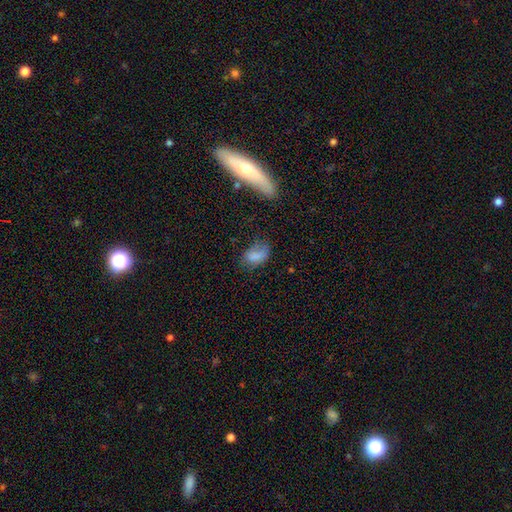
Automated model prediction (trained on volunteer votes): Smooth or featured? Predicted: smooth (p=0.78). How rounded? Predicted: in between (p=0.88). Merging? Predicted: none (p=0.44).